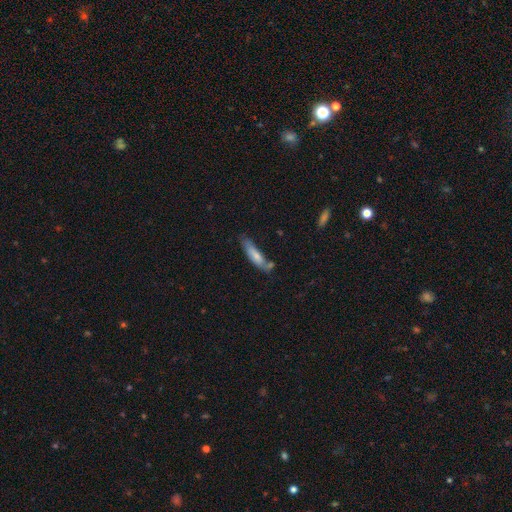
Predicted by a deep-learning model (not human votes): smooth_or_featured: smooth (p=0.69) [alt: featured or disk p=0.25]
how_rounded: cigar-shaped (p=0.72) [alt: in between p=0.27]
merging: none (p=0.55) [alt: minor disturbance p=0.24]